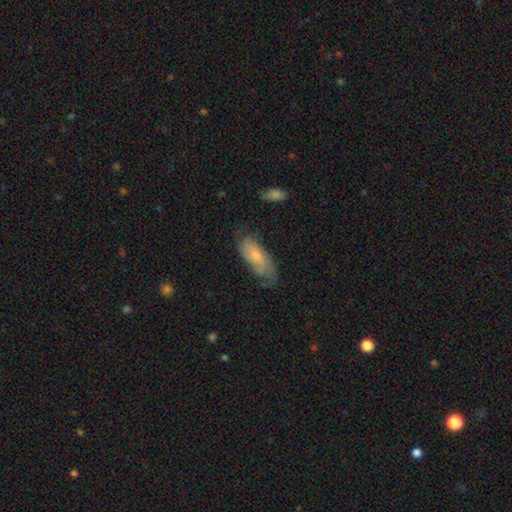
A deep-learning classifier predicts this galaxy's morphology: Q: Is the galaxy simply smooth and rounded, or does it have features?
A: smooth — 50%.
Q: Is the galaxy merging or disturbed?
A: none — 48%.